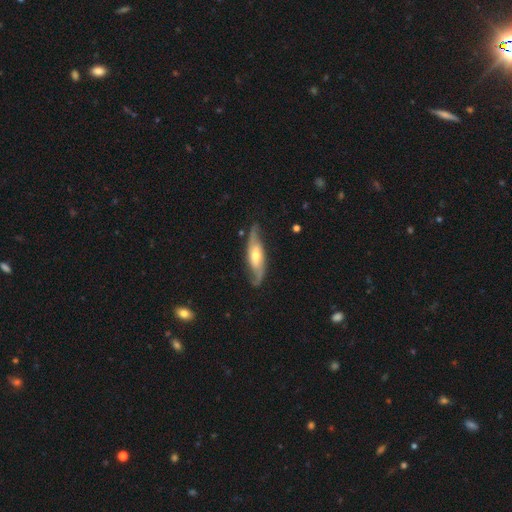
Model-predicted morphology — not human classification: Smooth or featured? Predicted: featured or disk (p=0.77). Edge-on disk? Predicted: no (p=0.76). Bar? Predicted: no (p=0.43). Spiral arms? Predicted: yes (p=0.91). Spiral winding? Predicted: loose (p=0.46). Spiral arm count? Predicted: 2 (p=0.86). Bulge size? Predicted: moderate (p=0.65). Merging? Predicted: none (p=0.74).